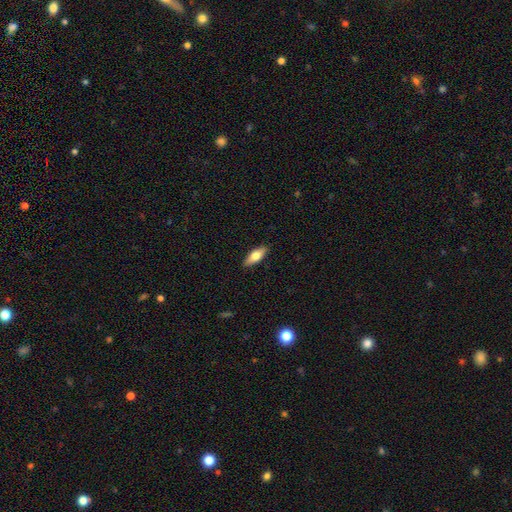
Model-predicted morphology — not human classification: Smooth or featured?
  - smooth: 68% *
  - featured or disk: 26%
  - star or artifact: 6%
How rounded?
  - in between: 68% *
  - cigar-shaped: 29%
  - round: 3%
Merging?
  - none: 89% *
  - minor disturbance: 9%
  - major disturbance: 2%
  - merger: 1%